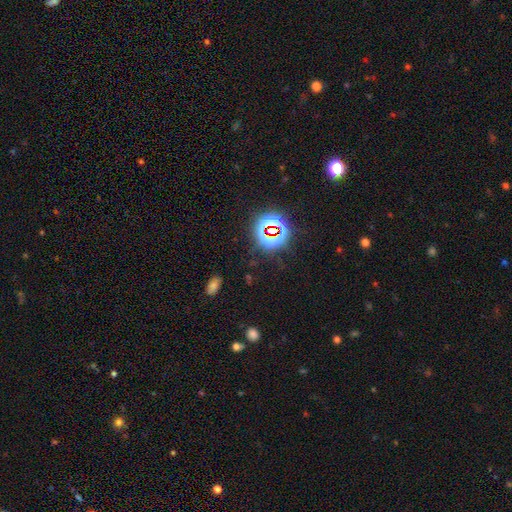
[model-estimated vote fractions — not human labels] This is likely a star or artifact rather than a galaxy (77%).